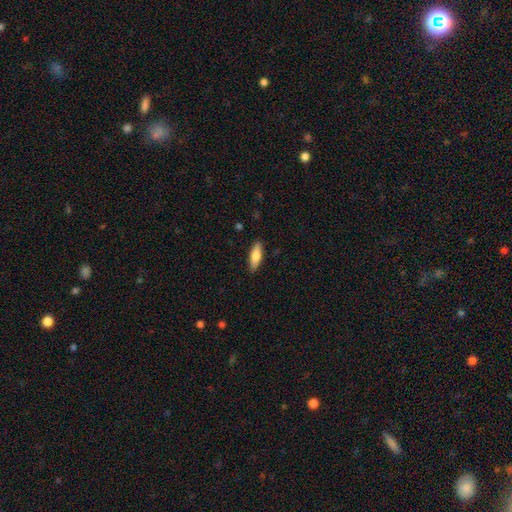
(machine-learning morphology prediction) Smooth or featured?
  - smooth: 72% *
  - featured or disk: 22%
  - star or artifact: 6%
How rounded?
  - in between: 51% *
  - cigar-shaped: 47%
  - round: 2%
Merging?
  - none: 88% *
  - minor disturbance: 9%
  - major disturbance: 2%
  - merger: 1%